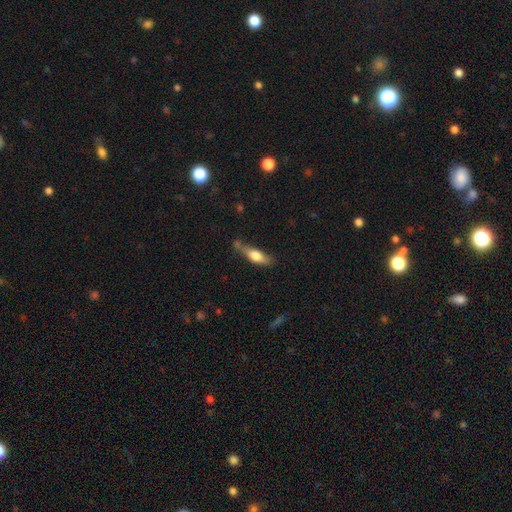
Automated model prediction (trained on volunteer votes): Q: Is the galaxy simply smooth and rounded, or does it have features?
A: smooth — 57%.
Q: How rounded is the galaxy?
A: cigar-shaped — 58%.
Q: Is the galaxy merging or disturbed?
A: none — 56%.